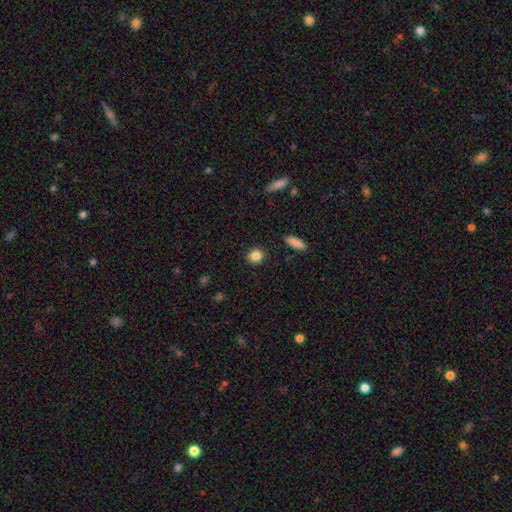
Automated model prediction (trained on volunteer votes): Smooth or featured? smooth (85%)
How rounded? round (87%)
Merging? none (91%)